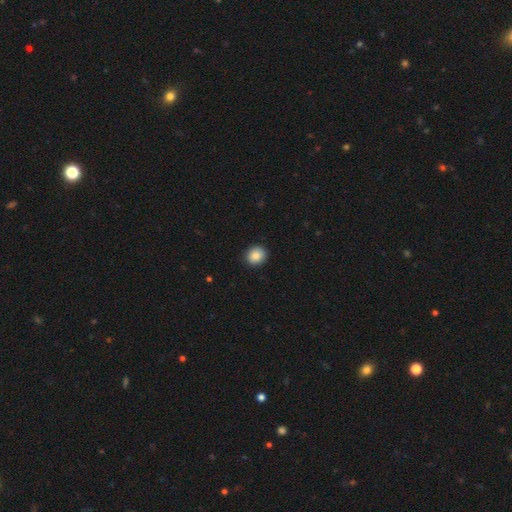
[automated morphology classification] Smooth or featured: smooth — 87% (star or artifact — 8%)
How rounded: round — 76% (in between — 24%)
Merging: none — 91% (minor disturbance — 6%)